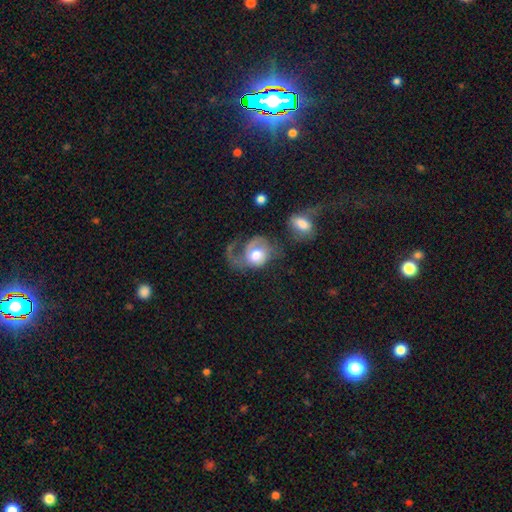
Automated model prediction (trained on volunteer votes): Smooth or featured? featured or disk (61%)
Edge-on disk? no (97%)
Bar? no (73%)
Spiral arms? yes (81%)
Bulge size? moderate (52%)
Merging? major disturbance (48%)